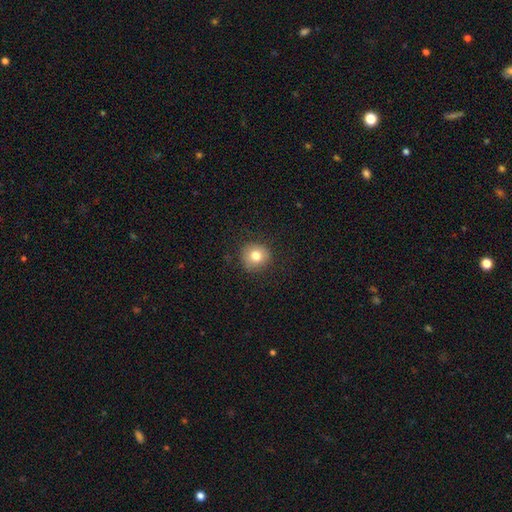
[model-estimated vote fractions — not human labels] A smooth galaxy with no disk features (78%) that is round (92%). Merging: none (87%).